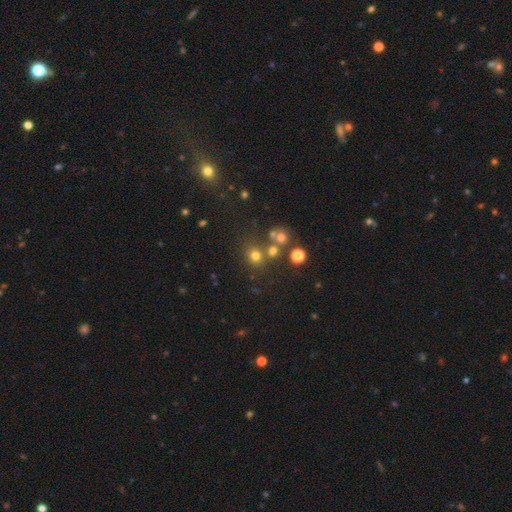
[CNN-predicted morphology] smooth-or-featured: smooth: 70% | star or artifact: 21% | featured or disk: 9%
  how-rounded: round: 84% | in between: 15% | cigar-shaped: 1%
  merging: none: 70% | merger: 17% | minor disturbance: 9% | major disturbance: 4%